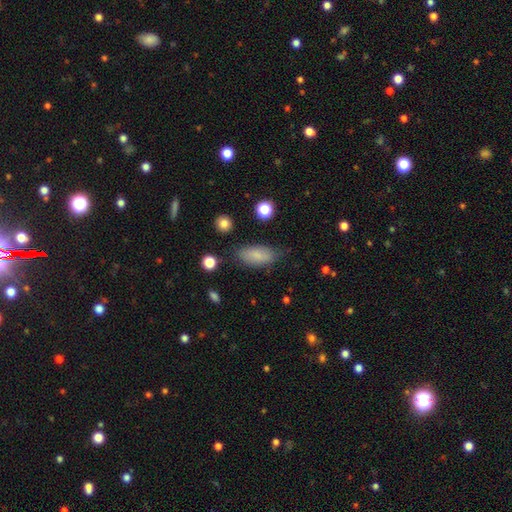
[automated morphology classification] The model was most divided on "merging": none: 77%, minor disturbance: 16%, major disturbance: 4%, merger: 2%. More confident: how rounded — in between (85%); smooth or featured — smooth (80%).